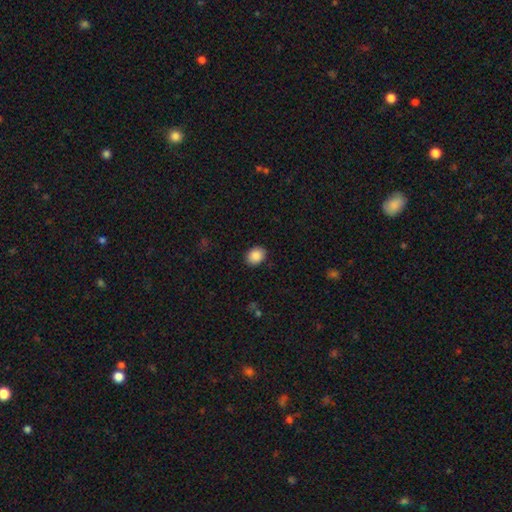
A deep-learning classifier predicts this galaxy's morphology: smooth 88%, star or artifact 8%, featured or disk 4%. Down the decision tree: how rounded — in between (50%); merging — none (89%).